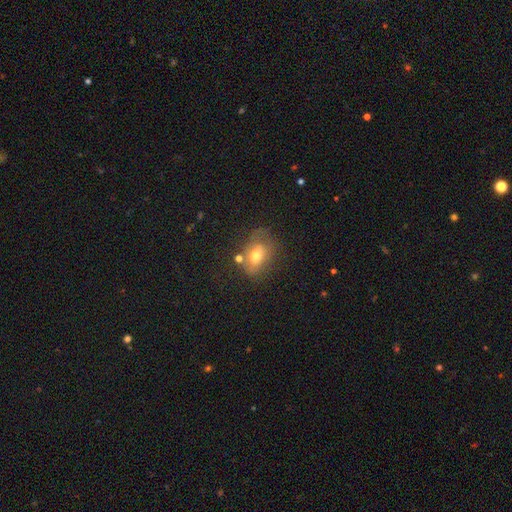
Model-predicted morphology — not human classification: This appears to be a smooth galaxy with no disk features (63%) that is in between round and cigar-shaped (68%). Merging: none (49%).